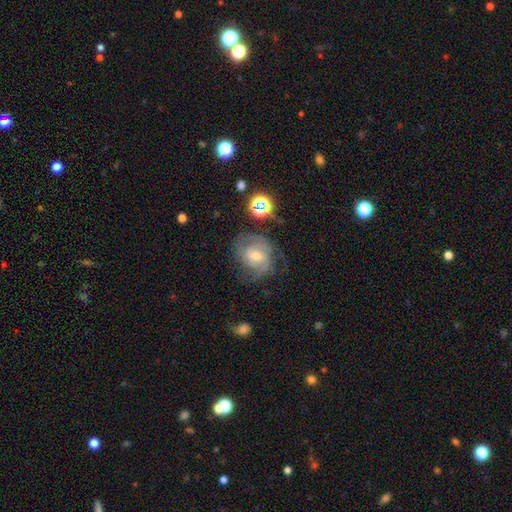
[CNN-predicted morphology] Q: Smooth or featured?
A: featured or disk (71%); runner-up: smooth (19%)
Q: Edge-on disk?
A: no (97%); runner-up: yes (3%)
Q: Bar?
A: no (50%); runner-up: weak (41%)
Q: Spiral arms?
A: yes (88%); runner-up: no (12%)
Q: Spiral winding?
A: tight (44%); runner-up: medium (42%)
Q: Spiral arm count?
A: 2 (36%); runner-up: can't tell (33%)
Q: Bulge size?
A: moderate (49%); runner-up: small (45%)
Q: Merging?
A: none (55%); runner-up: minor disturbance (23%)